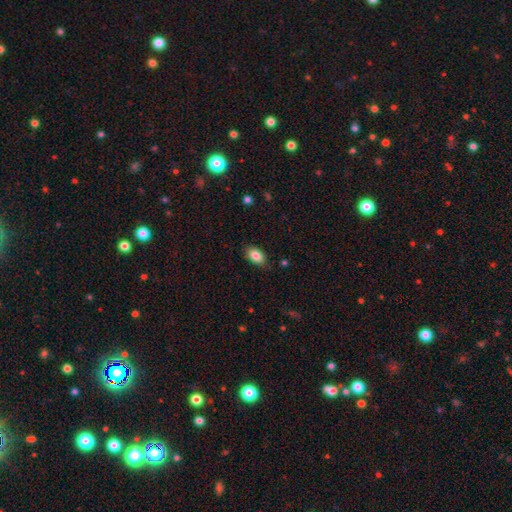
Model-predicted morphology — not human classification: Smooth or featured: smooth — 85% (star or artifact — 8%)
How rounded: in between — 91% (round — 8%)
Merging: none — 84% (minor disturbance — 13%)